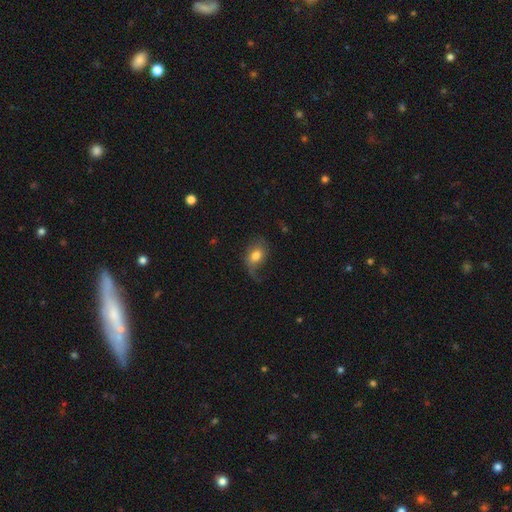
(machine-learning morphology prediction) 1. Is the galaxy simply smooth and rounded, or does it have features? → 63% smooth, 28% featured or disk, 9% star or artifact.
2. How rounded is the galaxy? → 76% in between, 23% round, 2% cigar-shaped.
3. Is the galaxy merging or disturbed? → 41% none, 30% major disturbance, 27% minor disturbance, 3% merger.